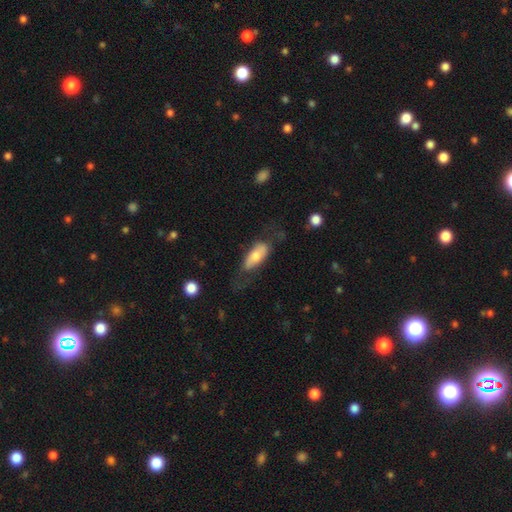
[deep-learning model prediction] smooth_or_featured: smooth (p=0.62) [alt: featured or disk p=0.32]
how_rounded: in between (p=0.76) [alt: cigar-shaped p=0.21]
merging: none (p=0.51) [alt: minor disturbance p=0.26]